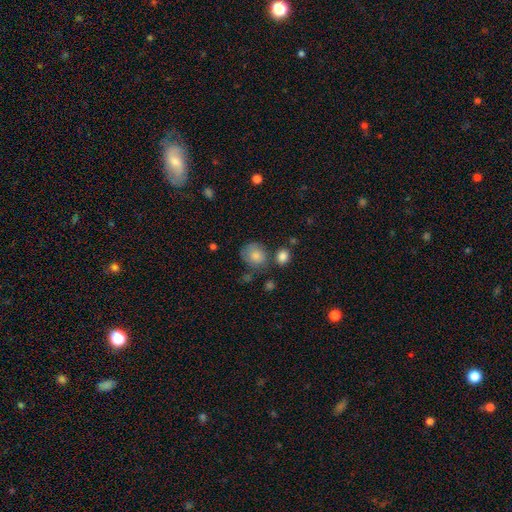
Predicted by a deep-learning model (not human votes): This is likely a smooth galaxy (79%). How rounded: likely round (68%). Merging: possibly none (57%).